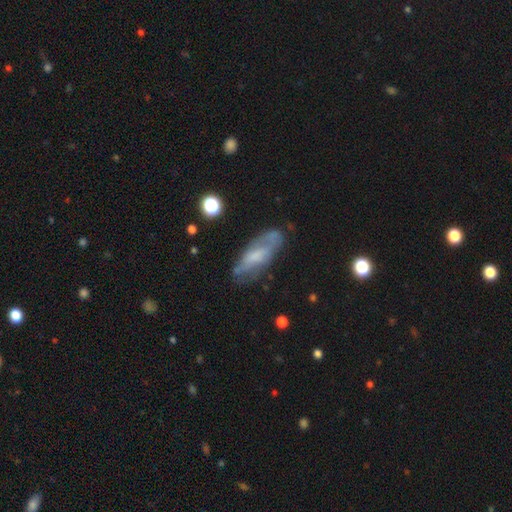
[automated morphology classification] Smooth or featured?
  - featured or disk: 51% *
  - smooth: 41%
  - star or artifact: 8%
Edge-on disk?
  - no: 75% *
  - yes: 25%
Merging?
  - none: 65% *
  - minor disturbance: 23%
  - major disturbance: 9%
  - merger: 3%